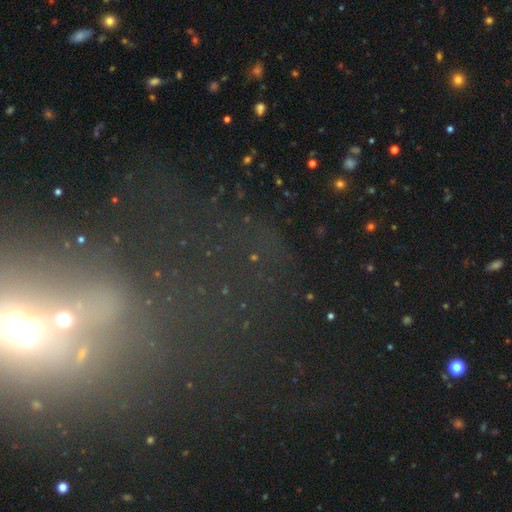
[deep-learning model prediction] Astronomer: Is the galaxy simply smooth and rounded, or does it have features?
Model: star or artifact — 52%.